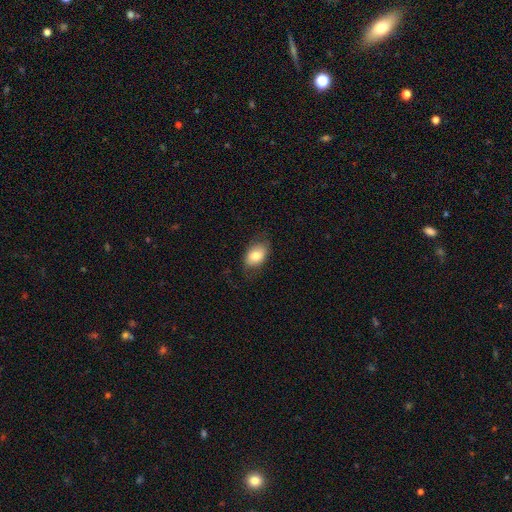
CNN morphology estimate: smooth-or-featured: smooth: 79% | featured or disk: 14% | star or artifact: 7%
  how-rounded: in between: 86% | round: 12% | cigar-shaped: 1%
  merging: none: 76% | minor disturbance: 18% | major disturbance: 5% | merger: 1%